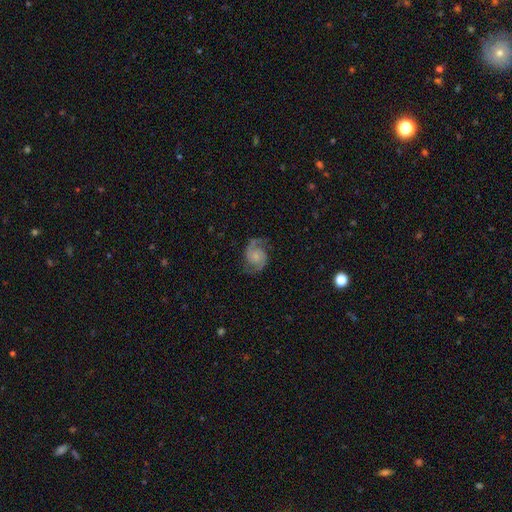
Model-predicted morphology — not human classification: A featured or disk galaxy (89%) with no bar (70%), 2 (94%) medium (56%) spiral arms (98%) and a small central bulge (63%). Merging: none (79%).